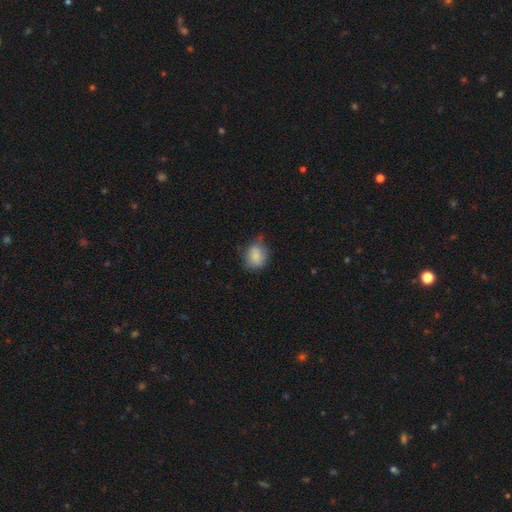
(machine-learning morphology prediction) Smooth or featured? Predicted: smooth (p=0.79). How rounded? Predicted: round (p=0.54). Merging? Predicted: none (p=0.51).